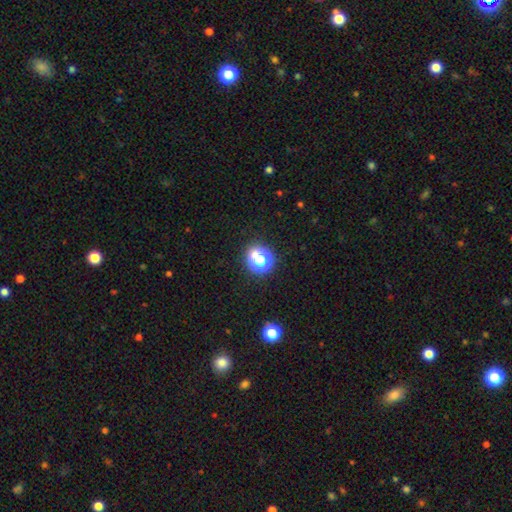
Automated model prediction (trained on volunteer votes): smooth_or_featured: smooth (p=0.53) [alt: star or artifact p=0.37]
how_rounded: round (p=0.79) [alt: in between p=0.19]
merging: none (p=0.75) [alt: minor disturbance p=0.12]